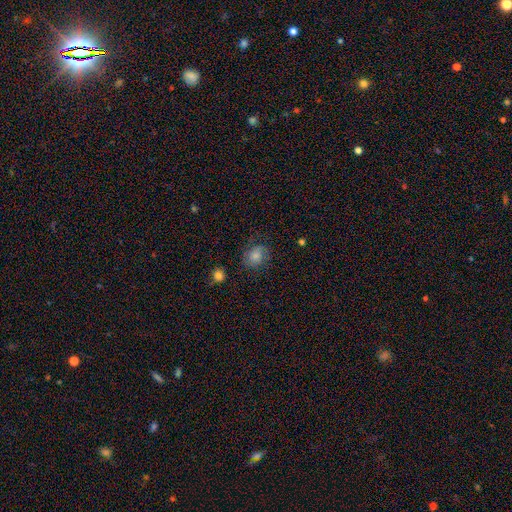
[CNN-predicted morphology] This is likely a smooth galaxy (65%). How rounded: possibly round (54%). Merging: likely none (67%).